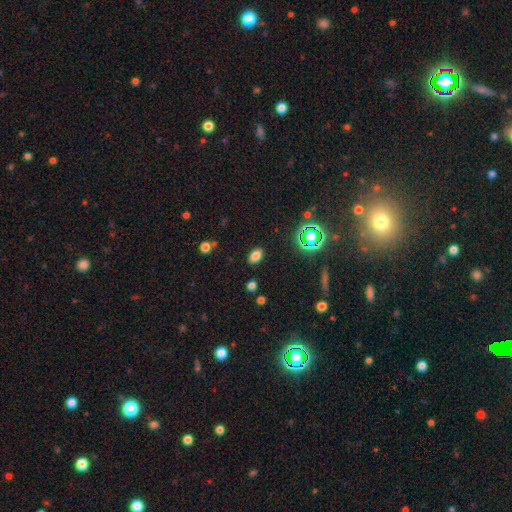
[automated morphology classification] Smooth or featured: smooth — 77% (star or artifact — 17%)
How rounded: in between — 84% (round — 14%)
Merging: none — 87% (minor disturbance — 9%)